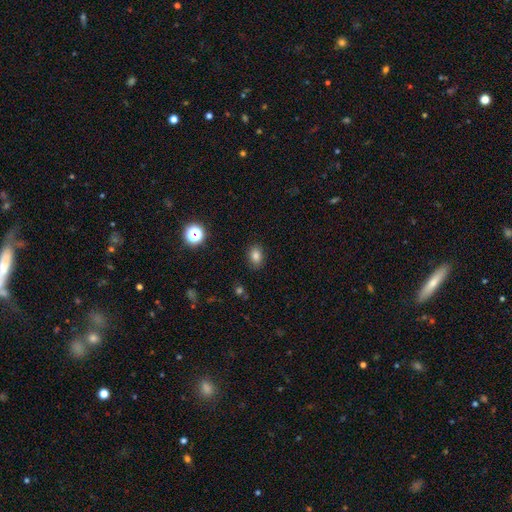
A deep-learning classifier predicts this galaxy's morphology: smooth-or-featured: smooth: 81% | star or artifact: 14% | featured or disk: 6%
  how-rounded: in between: 71% | round: 27% | cigar-shaped: 1%
  merging: none: 86% | minor disturbance: 10% | major disturbance: 3% | merger: 1%